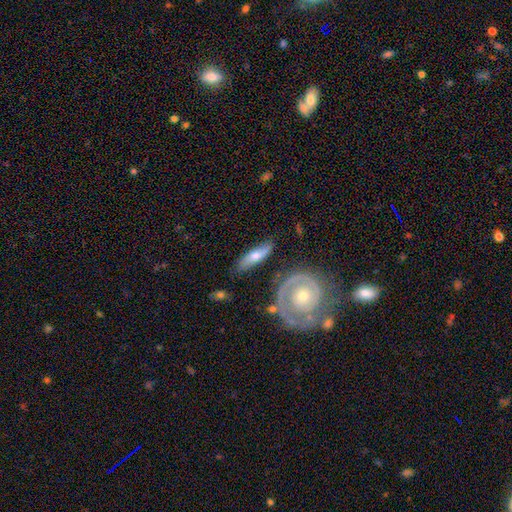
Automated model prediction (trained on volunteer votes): Smooth or featured?
  - smooth: 51% *
  - featured or disk: 44%
  - star or artifact: 5%
How rounded?
  - cigar-shaped: 57% *
  - in between: 40%
  - round: 3%
Merging?
  - none: 75% *
  - minor disturbance: 15%
  - merger: 5%
  - major disturbance: 4%